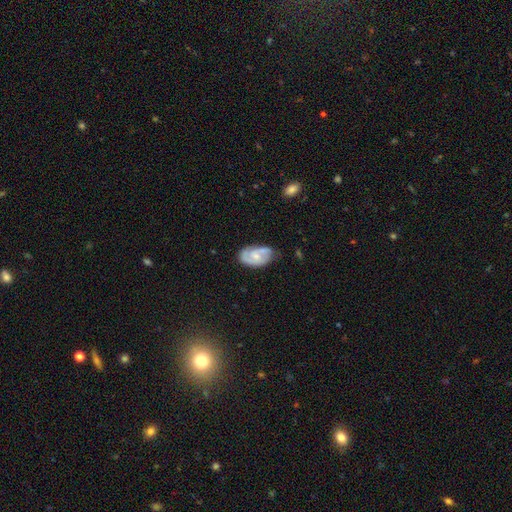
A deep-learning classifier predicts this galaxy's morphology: type=featured or disk (66%); edge-on=no (97%); bar=no (51%); spiral arms=yes (88%); winding=medium (46%); arm count=2 (67%); bulge=small (51%); merging=none (60%).